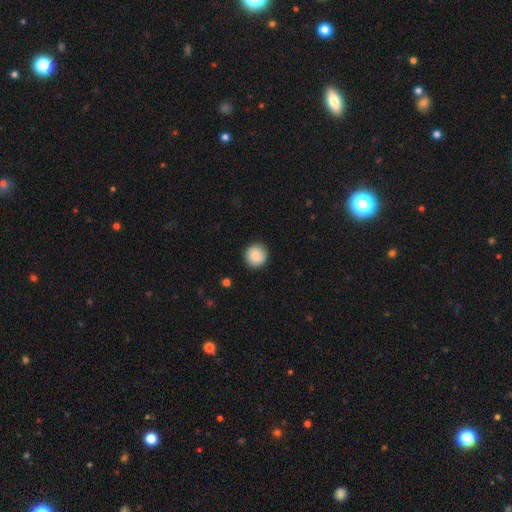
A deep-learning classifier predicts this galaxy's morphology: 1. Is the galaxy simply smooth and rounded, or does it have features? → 85% smooth, 8% star or artifact, 7% featured or disk.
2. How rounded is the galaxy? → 94% round, 5% in between, 1% cigar-shaped.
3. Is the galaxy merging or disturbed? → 90% none, 7% minor disturbance, 2% major disturbance, 1% merger.